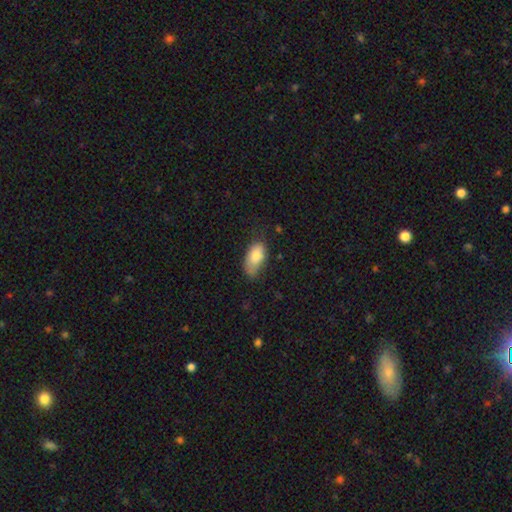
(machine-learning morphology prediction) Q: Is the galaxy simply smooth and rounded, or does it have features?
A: smooth — 80%.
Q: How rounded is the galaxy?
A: in between — 92%.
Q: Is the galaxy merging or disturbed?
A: none — 56%.